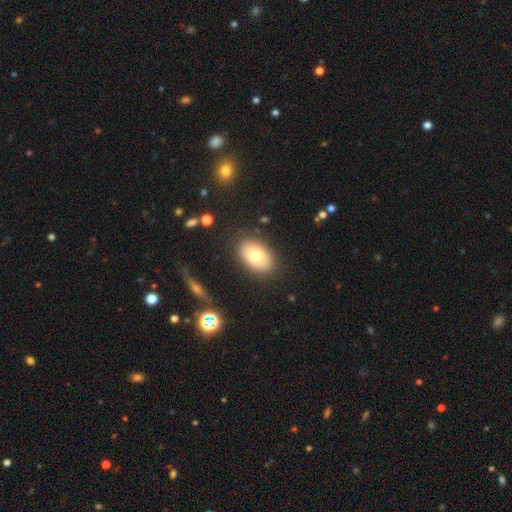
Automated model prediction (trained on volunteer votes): This is likely a smooth galaxy (76%). How rounded: clearly in between (88%). Merging: clearly none (85%).